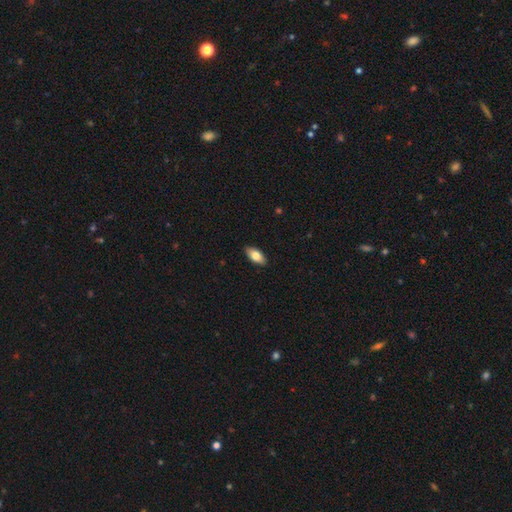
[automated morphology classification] Q: Smooth or featured?
A: smooth (77%); runner-up: featured or disk (16%)
Q: How rounded?
A: in between (88%); runner-up: cigar-shaped (9%)
Q: Merging?
A: none (89%); runner-up: minor disturbance (8%)